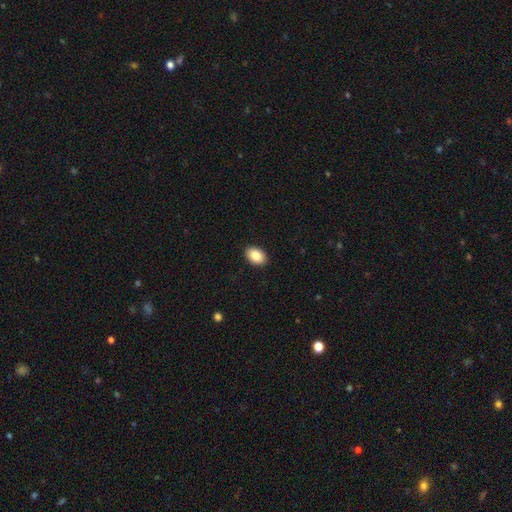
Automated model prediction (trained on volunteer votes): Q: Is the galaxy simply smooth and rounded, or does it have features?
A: smooth — 86%.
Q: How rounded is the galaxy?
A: in between — 87%.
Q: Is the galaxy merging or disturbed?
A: none — 91%.